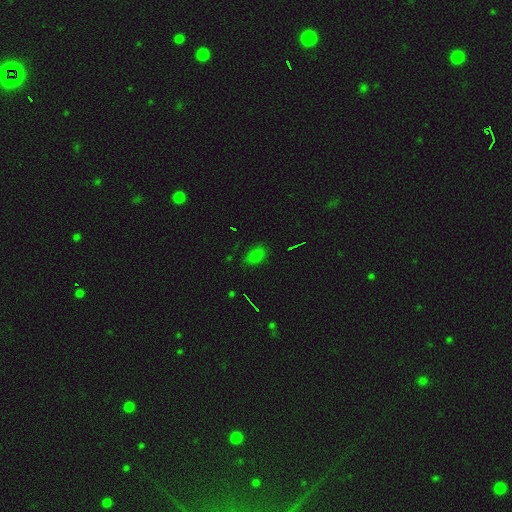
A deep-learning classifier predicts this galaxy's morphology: Overall: smooth (74%). How rounded: in between (84%). Merging: none (78%).